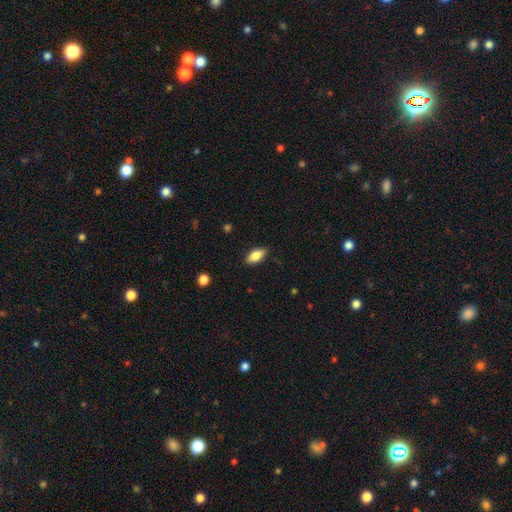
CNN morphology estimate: Smooth or featured? smooth (78%)
How rounded? in between (87%)
Merging? none (87%)